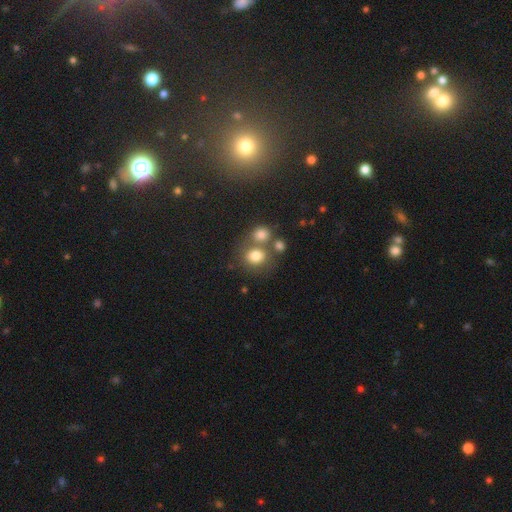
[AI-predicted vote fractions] A smooth galaxy with no disk features (76%) that is round (76%).

Vote fractions:
- Smooth or featured? smooth: 76% / star or artifact: 14% / featured or disk: 10%
- How rounded? round: 76% / in between: 23% / cigar-shaped: 1%
- Merging? none: 54% / merger: 30% / minor disturbance: 10% / major disturbance: 5%